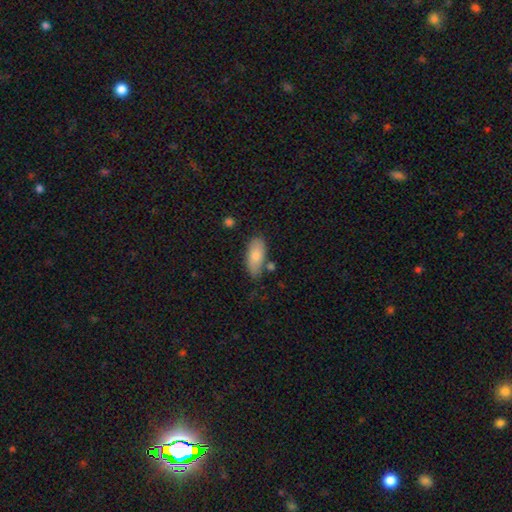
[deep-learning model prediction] This is clearly a smooth galaxy (81%). How rounded: clearly in between (86%). Merging: likely none (71%).